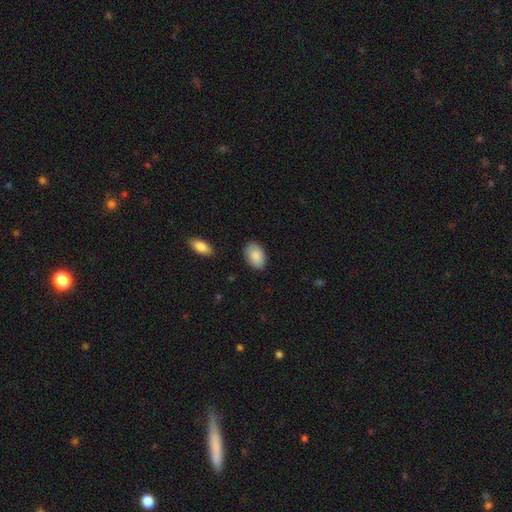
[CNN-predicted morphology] This appears to be a smooth galaxy with no disk features (89%) that is in between round and cigar-shaped (92%). Merging: none (86%).